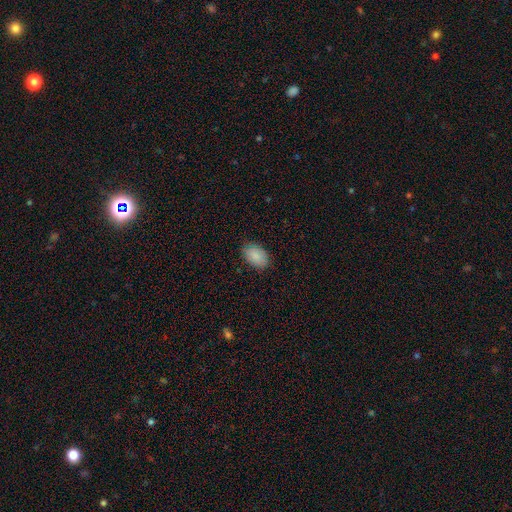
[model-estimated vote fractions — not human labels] Smooth or featured? Predicted: smooth (p=0.88). How rounded? Predicted: in between (p=0.89). Merging? Predicted: none (p=0.83).